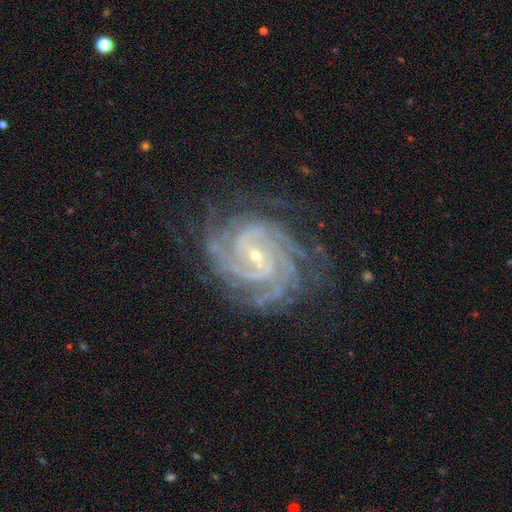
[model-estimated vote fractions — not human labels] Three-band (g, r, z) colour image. It shows a featured or disk galaxy (92%) with a weak bar (43%), 4 (29%) tight (76%) spiral arms (99%) and a small central bulge (77%). Merging: none (75%).